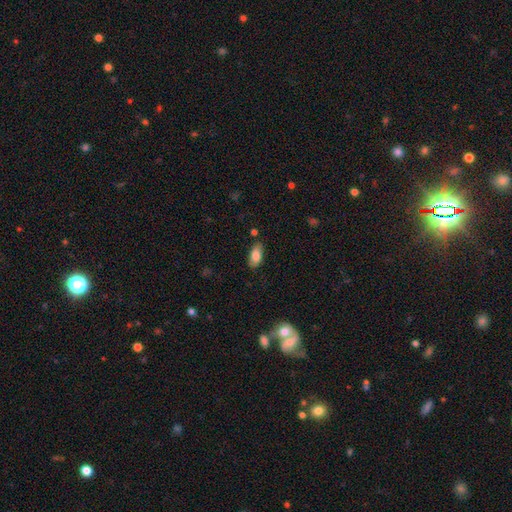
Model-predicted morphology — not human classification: This appears to be a smooth galaxy with no disk features (83%) that is in between round and cigar-shaped (89%). Merging: none (80%).